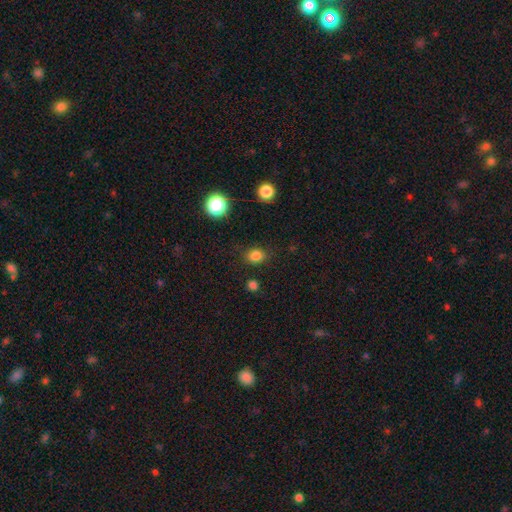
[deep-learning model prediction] Morphology: type=smooth (82%); roundness=round (63%); merging=none (81%).